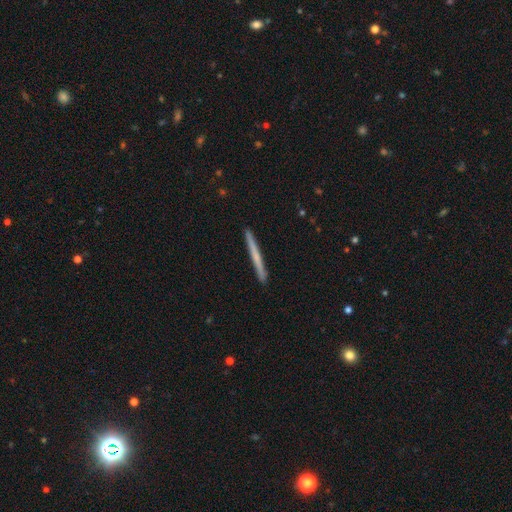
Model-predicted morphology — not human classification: type=smooth (52%); roundness=cigar-shaped (97%); merging=none (92%).